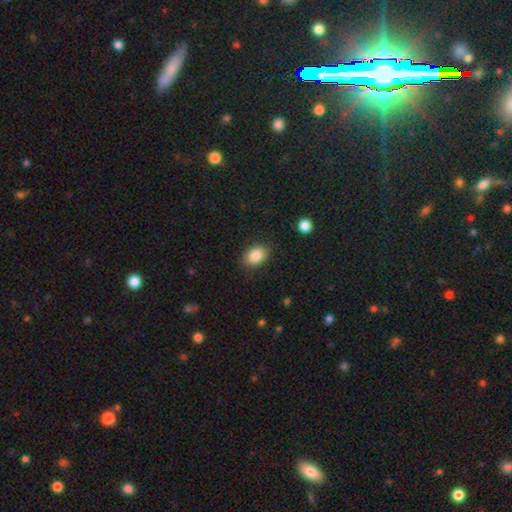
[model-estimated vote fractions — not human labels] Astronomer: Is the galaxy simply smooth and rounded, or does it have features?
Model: smooth — 87%.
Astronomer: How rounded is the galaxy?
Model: in between — 81%.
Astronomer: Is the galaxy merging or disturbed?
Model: none — 84%.